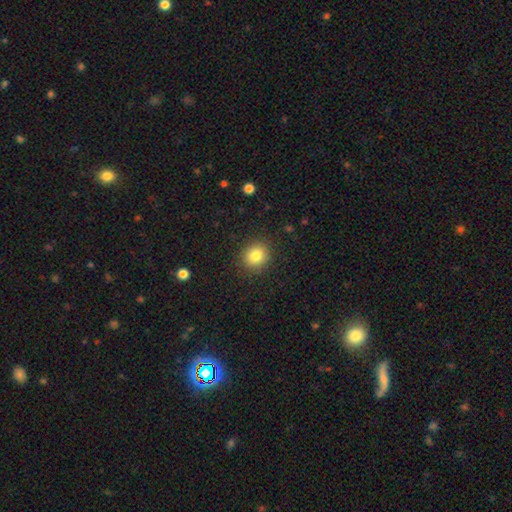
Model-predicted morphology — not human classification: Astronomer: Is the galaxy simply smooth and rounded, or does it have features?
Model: smooth — 81%.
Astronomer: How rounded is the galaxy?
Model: round — 78%.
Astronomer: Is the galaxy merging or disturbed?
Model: none — 89%.